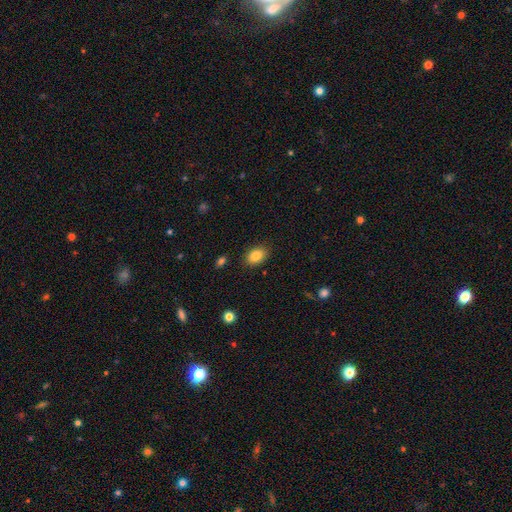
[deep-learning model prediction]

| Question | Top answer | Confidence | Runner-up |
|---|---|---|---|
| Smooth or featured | smooth | 85% | star or artifact (9%) |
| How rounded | in between | 83% | round (16%) |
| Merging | none | 87% | minor disturbance (10%) |